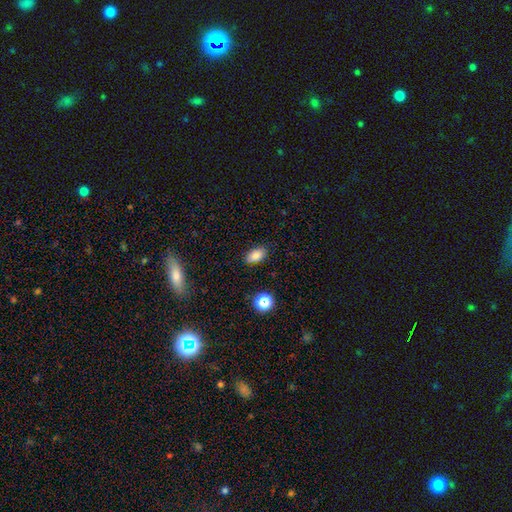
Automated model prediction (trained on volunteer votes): Smooth or featured? Predicted: smooth (p=0.84). How rounded? Predicted: in between (p=0.90). Merging? Predicted: none (p=0.85).